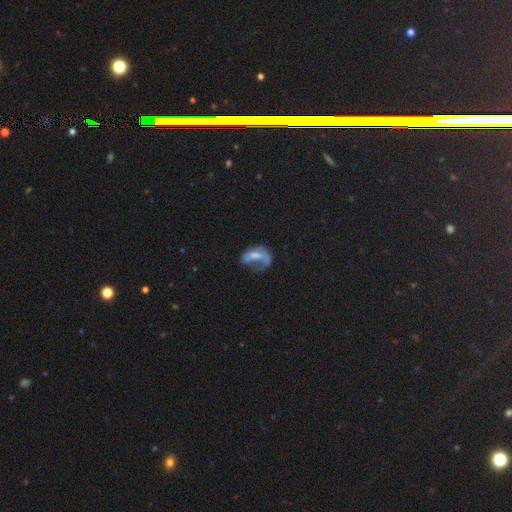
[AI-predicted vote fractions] Q: Smooth or featured?
A: featured or disk (53%); runner-up: smooth (36%)
Q: Edge-on disk?
A: no (96%); runner-up: yes (4%)
Q: Bar?
A: no (62%); runner-up: weak (28%)
Q: Spiral arms?
A: no (50%); tied with: yes (50%)
Q: Bulge size?
A: small (33%); runner-up: moderate (31%)
Q: Merging?
A: major disturbance (53%); runner-up: none (24%)